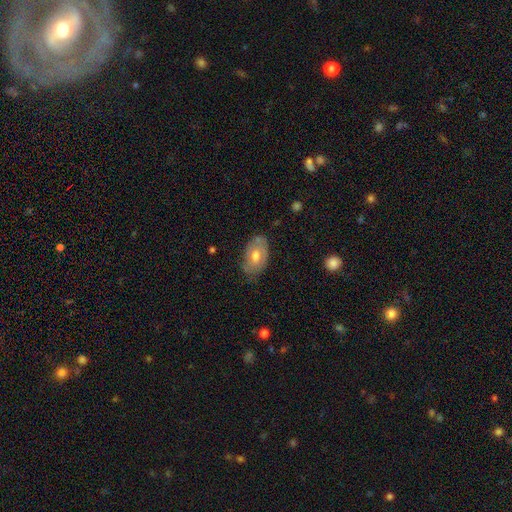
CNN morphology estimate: Overall: smooth (49%; featured or disk 45%). Merging: none (68%).